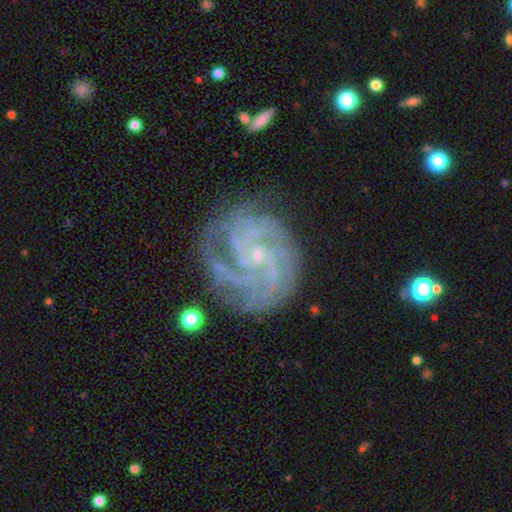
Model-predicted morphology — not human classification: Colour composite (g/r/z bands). It shows a featured or disk galaxy (89%) with no bar (67%), 4 (32%) tight (70%) spiral arms (98%) and a small central bulge (84%). Merging: none (75%).